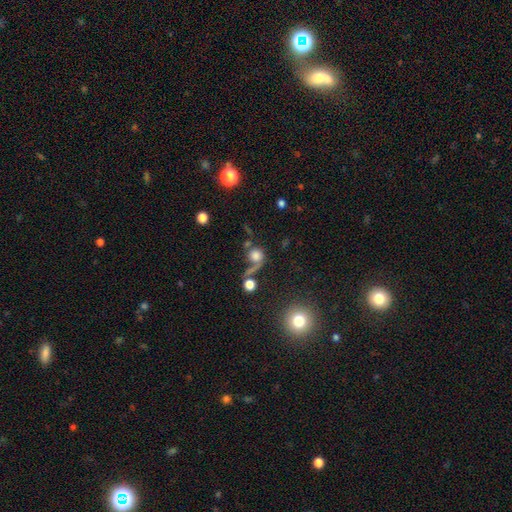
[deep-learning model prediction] A smooth galaxy with no disk features (66%) that is round (84%). Merging: none (39%).